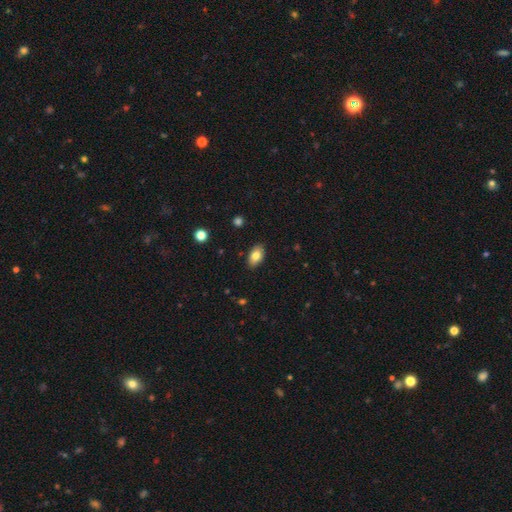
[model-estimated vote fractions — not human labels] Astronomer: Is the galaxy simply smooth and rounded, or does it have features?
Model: smooth — 80%.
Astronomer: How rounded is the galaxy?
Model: in between — 91%.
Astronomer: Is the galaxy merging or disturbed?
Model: none — 88%.